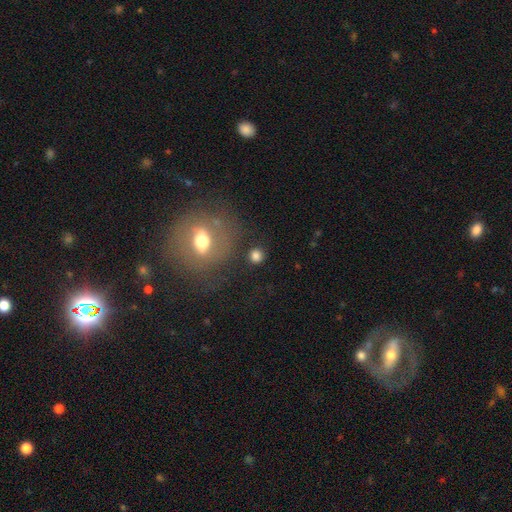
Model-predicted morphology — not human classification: This appears to be a smooth galaxy with no disk features (79%) that is round (87%). Merging: none (83%).